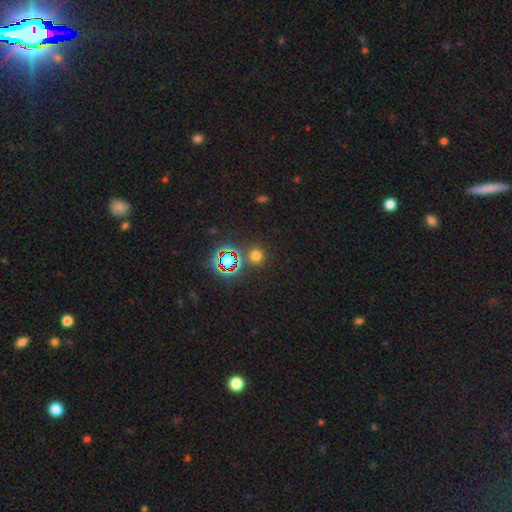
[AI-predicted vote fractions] Overall: smooth (61%; star or artifact 32%). How rounded: round (92%). Merging: none (82%).